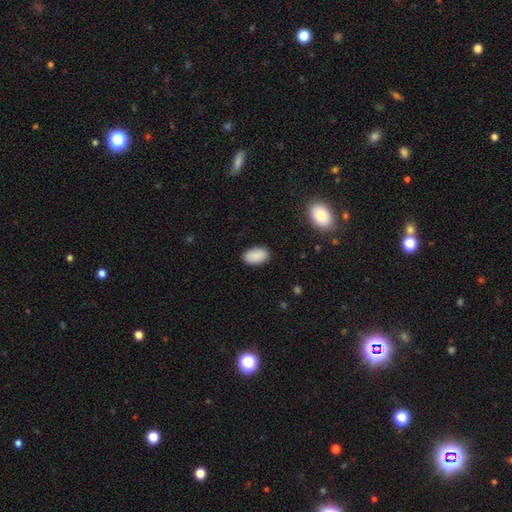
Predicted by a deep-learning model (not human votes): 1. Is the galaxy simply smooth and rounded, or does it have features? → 90% smooth, 7% star or artifact, 3% featured or disk.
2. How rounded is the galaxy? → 94% in between, 5% round, 1% cigar-shaped.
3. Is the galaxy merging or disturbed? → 89% none, 8% minor disturbance, 2% major disturbance, 1% merger.